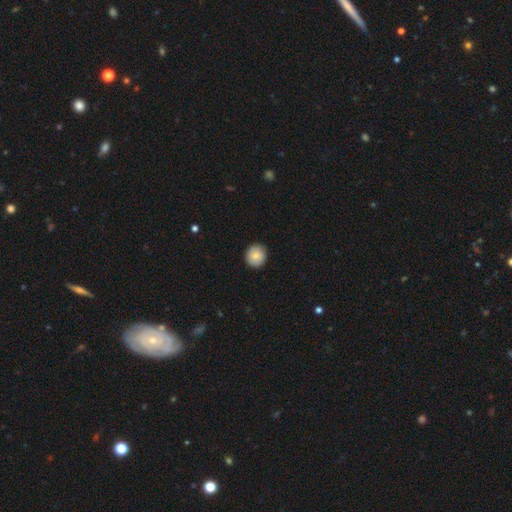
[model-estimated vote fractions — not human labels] Smooth or featured?
  - smooth: 80% *
  - featured or disk: 13%
  - star or artifact: 8%
How rounded?
  - round: 91% *
  - in between: 8%
  - cigar-shaped: 1%
Merging?
  - none: 90% *
  - minor disturbance: 8%
  - major disturbance: 2%
  - merger: 1%